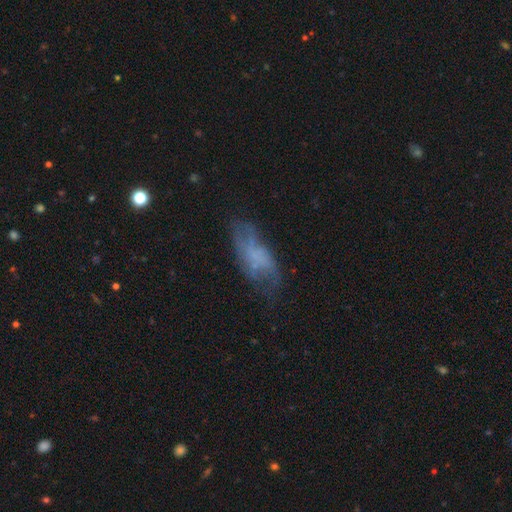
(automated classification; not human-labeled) Overall: featured or disk (48%; smooth 41%). Merging: none (52%; minor disturbance 26%).